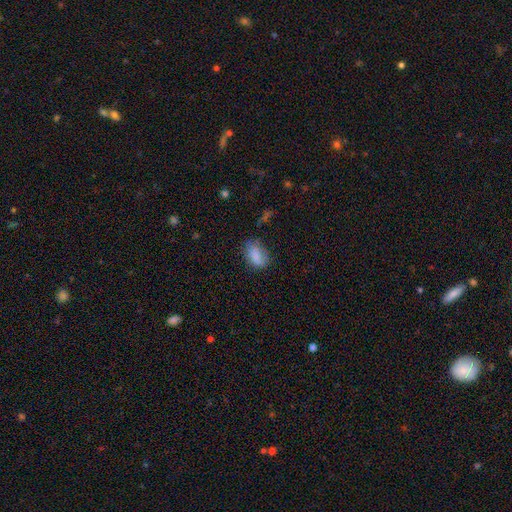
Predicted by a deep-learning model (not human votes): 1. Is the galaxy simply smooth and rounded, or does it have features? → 81% smooth, 10% featured or disk, 9% star or artifact.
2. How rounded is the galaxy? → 87% in between, 11% round, 2% cigar-shaped.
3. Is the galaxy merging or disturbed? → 60% none, 28% minor disturbance, 9% major disturbance, 3% merger.